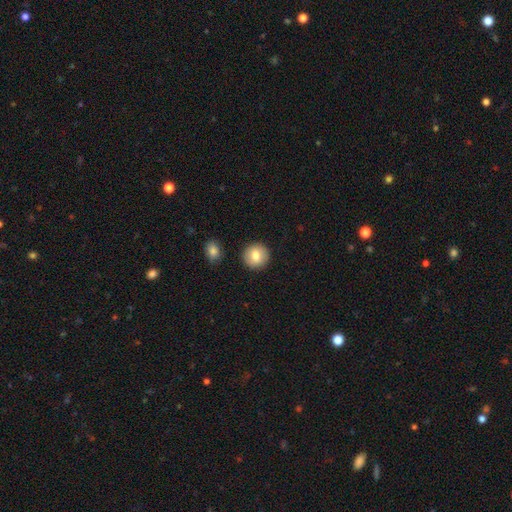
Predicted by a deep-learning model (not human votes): Morphology: type=smooth (81%); roundness=round (91%); merging=none (90%).